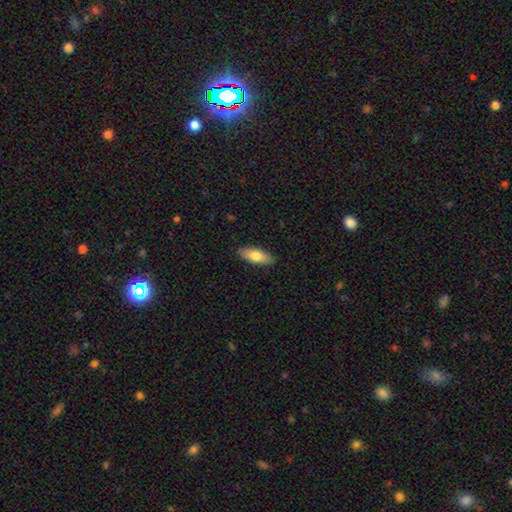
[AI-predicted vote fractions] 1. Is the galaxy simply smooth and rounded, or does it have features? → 77% smooth, 17% featured or disk, 6% star or artifact.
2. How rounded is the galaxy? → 74% in between, 24% cigar-shaped, 2% round.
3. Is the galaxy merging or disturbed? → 89% none, 8% minor disturbance, 2% major disturbance, 1% merger.